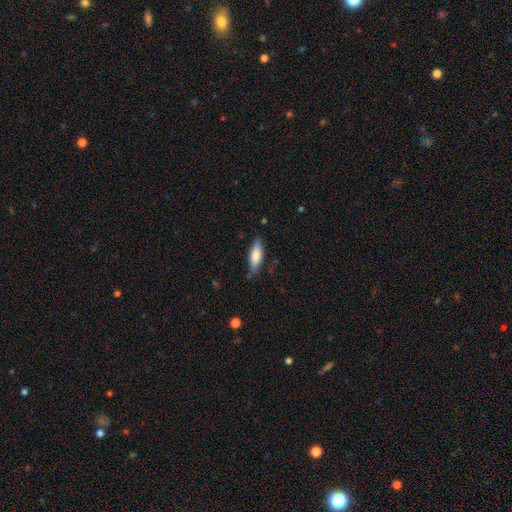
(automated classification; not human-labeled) A smooth galaxy with no disk features (75%) that is in between round and cigar-shaped (60%). Merging: none (79%).